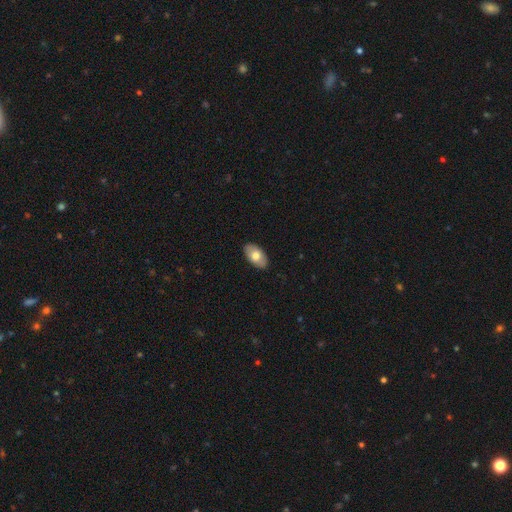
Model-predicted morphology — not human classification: A smooth galaxy with no disk features (72%) that is in between round and cigar-shaped (94%).

Vote fractions:
- Smooth or featured? smooth: 72% / featured or disk: 22% / star or artifact: 6%
- How rounded? in between: 94% / round: 4% / cigar-shaped: 2%
- Merging? none: 88% / minor disturbance: 9% / major disturbance: 2% / merger: 1%